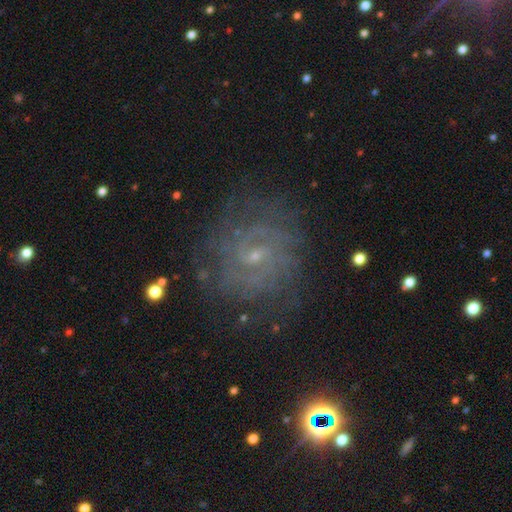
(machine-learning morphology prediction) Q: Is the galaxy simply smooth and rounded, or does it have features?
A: featured or disk — 77%.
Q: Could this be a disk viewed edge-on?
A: no — 97%.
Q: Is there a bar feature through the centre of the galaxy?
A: no — 47%.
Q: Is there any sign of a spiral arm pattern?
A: yes — 91%.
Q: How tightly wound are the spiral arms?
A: tight — 64%.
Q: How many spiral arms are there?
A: can't tell — 46%.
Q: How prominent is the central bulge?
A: small — 77%.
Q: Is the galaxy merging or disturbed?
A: none — 77%.